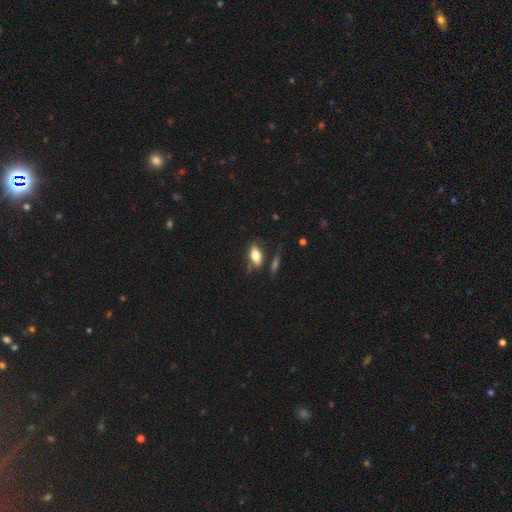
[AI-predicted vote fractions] Morphology: type=smooth (70%); roundness=in between (84%); merging=none (66%).